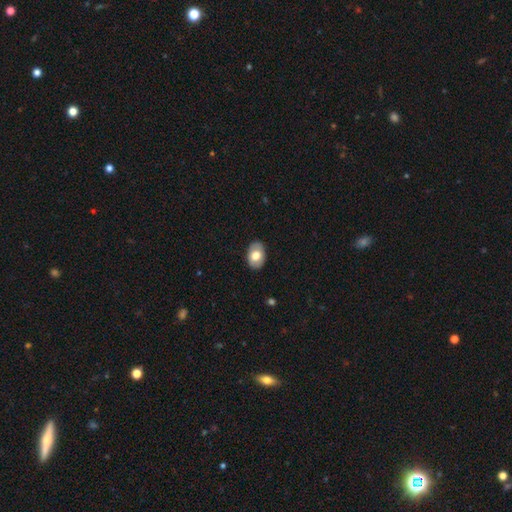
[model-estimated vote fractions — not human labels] Morphology: type=smooth (69%); roundness=in between (84%); merging=none (88%).